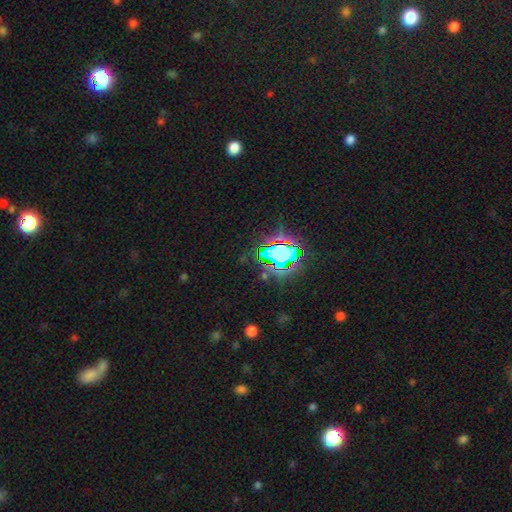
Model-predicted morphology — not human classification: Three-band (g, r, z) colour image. It shows a star or artifact, not a galaxy (75%).